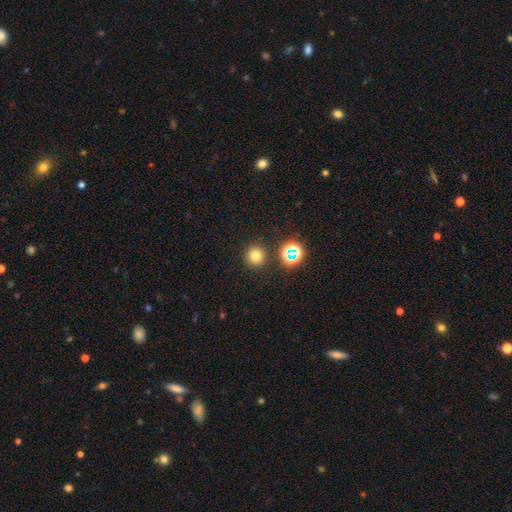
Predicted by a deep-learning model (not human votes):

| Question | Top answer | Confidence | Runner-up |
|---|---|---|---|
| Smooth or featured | smooth | 74% | star or artifact (20%) |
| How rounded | round | 93% | in between (6%) |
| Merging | none | 88% | minor disturbance (6%) |